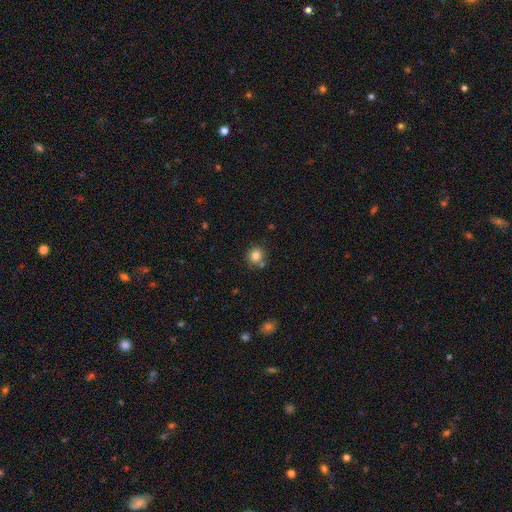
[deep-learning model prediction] This is clearly a smooth galaxy (82%). How rounded: clearly round (88%). Merging: likely none (74%).